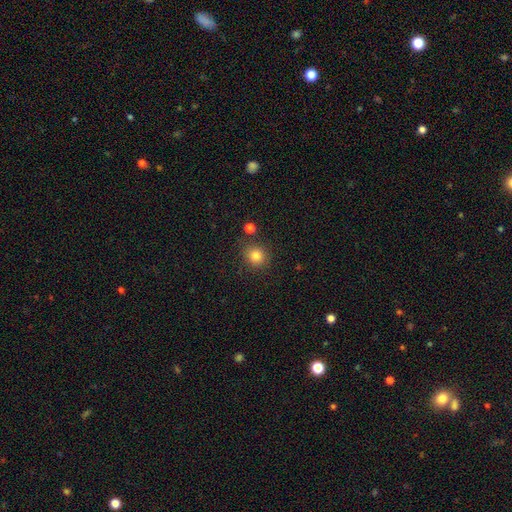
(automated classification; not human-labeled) Morphology: type=smooth (82%); roundness=round (87%); merging=none (82%).